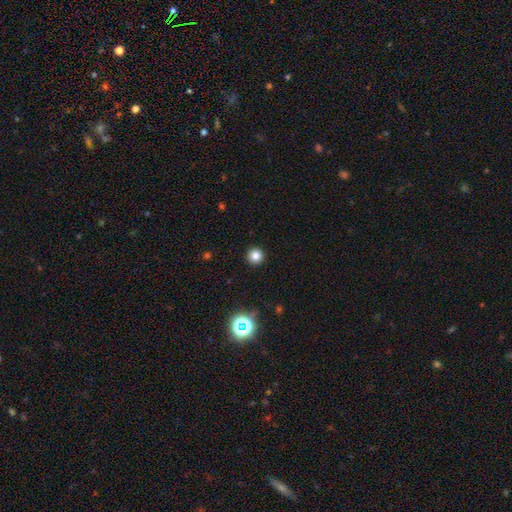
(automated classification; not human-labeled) A smooth galaxy with no disk features (81%) that is round (96%).

Vote fractions:
- Smooth or featured? smooth: 81% / star or artifact: 14% / featured or disk: 5%
- How rounded? round: 96% / in between: 4% / cigar-shaped: 1%
- Merging? none: 93% / minor disturbance: 4% / major disturbance: 2% / merger: 1%